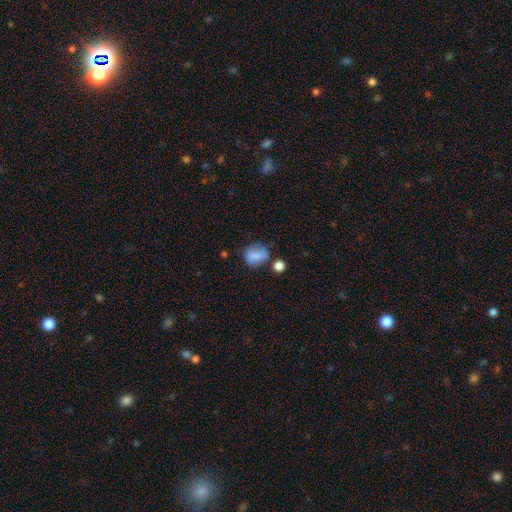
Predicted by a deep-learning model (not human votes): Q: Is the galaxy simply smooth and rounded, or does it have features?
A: smooth — 78%.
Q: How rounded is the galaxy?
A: in between — 54%.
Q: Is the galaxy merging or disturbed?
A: none — 51%.